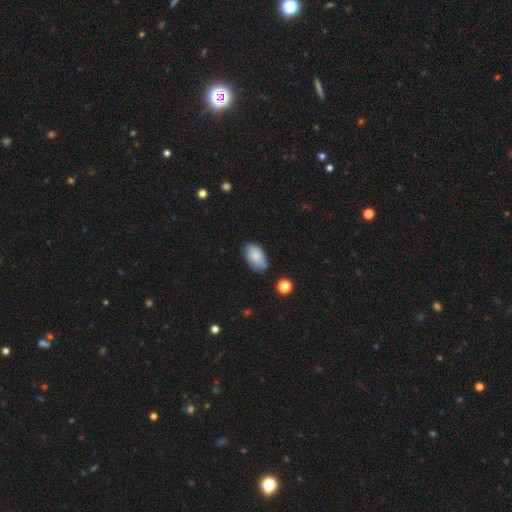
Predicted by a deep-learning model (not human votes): smooth_or_featured: smooth (p=0.78) [alt: featured or disk p=0.15]
how_rounded: in between (p=0.93) [alt: round p=0.05]
merging: none (p=0.73) [alt: minor disturbance p=0.22]